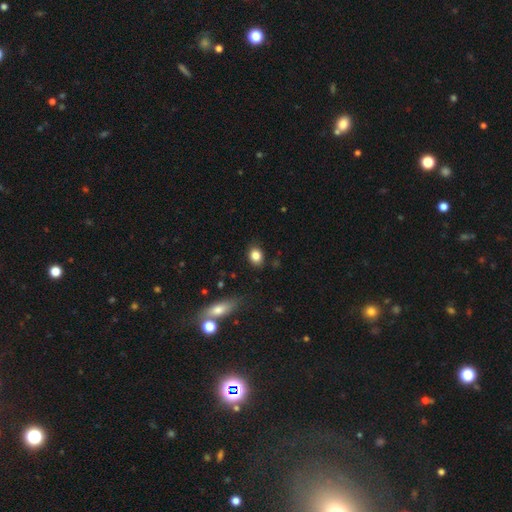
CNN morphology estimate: Q: Smooth or featured?
A: smooth (85%); runner-up: star or artifact (9%)
Q: How rounded?
A: in between (58%); runner-up: round (40%)
Q: Merging?
A: none (85%); runner-up: minor disturbance (11%)